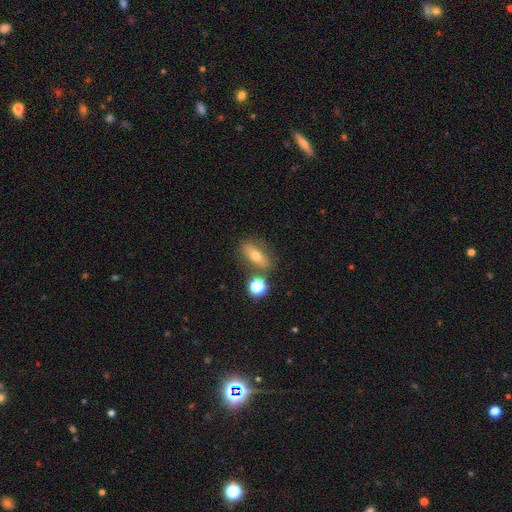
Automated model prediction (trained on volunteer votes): smooth_or_featured: smooth (p=0.54) [alt: featured or disk p=0.35]
how_rounded: in between (p=0.53) [alt: cigar-shaped p=0.35]
merging: none (p=0.75) [alt: minor disturbance p=0.12]